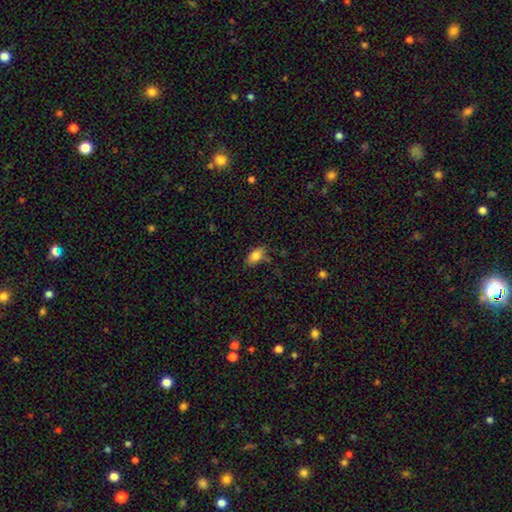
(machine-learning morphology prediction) This is clearly a smooth galaxy (81%). How rounded: clearly in between (88%). Merging: likely none (72%).